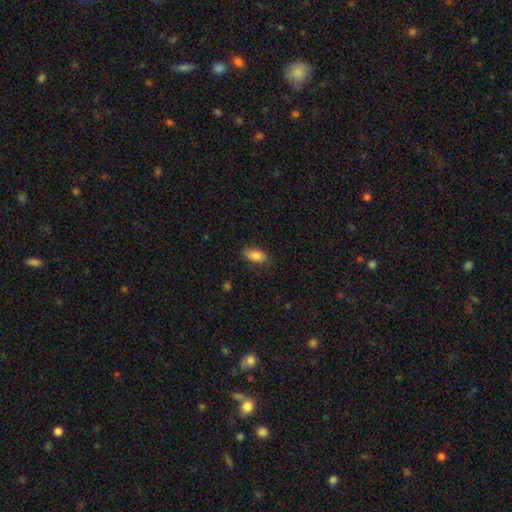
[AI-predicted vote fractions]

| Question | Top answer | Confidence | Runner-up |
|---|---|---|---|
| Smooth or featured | smooth | 84% | featured or disk (8%) |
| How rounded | in between | 91% | round (5%) |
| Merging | none | 80% | minor disturbance (16%) |